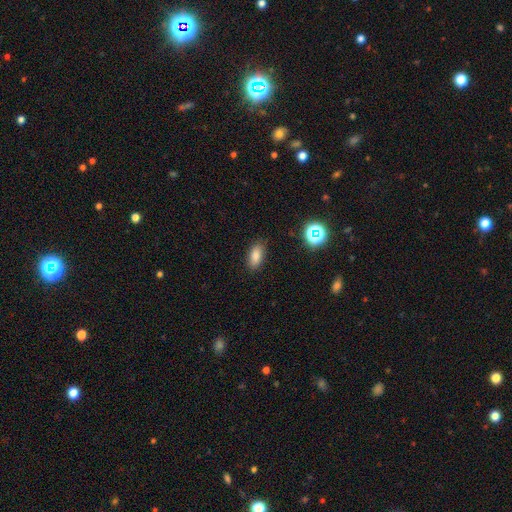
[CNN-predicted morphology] smooth-or-featured: smooth: 82% | star or artifact: 11% | featured or disk: 7%
  how-rounded: in between: 85% | cigar-shaped: 11% | round: 4%
  merging: none: 86% | minor disturbance: 10% | major disturbance: 3% | merger: 1%